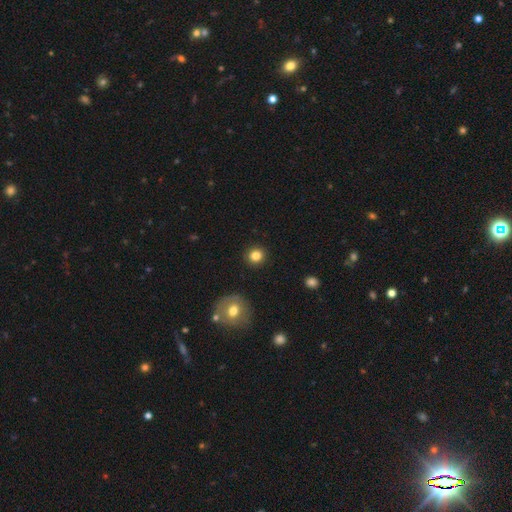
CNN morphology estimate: A smooth galaxy with no disk features (83%) that is round (90%). Merging: none (92%).